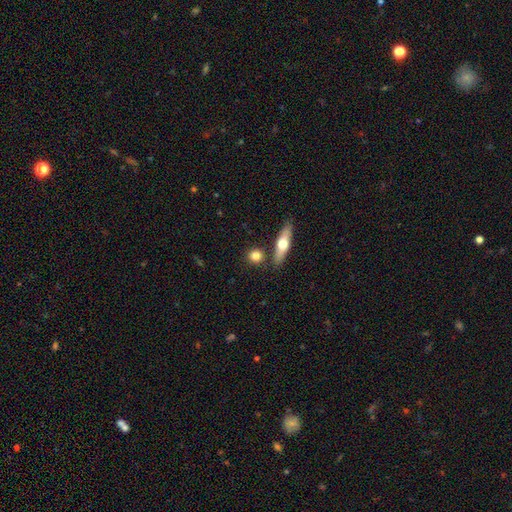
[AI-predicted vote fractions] Overall: smooth (76%). How rounded: round (70%). Merging: none (78%).